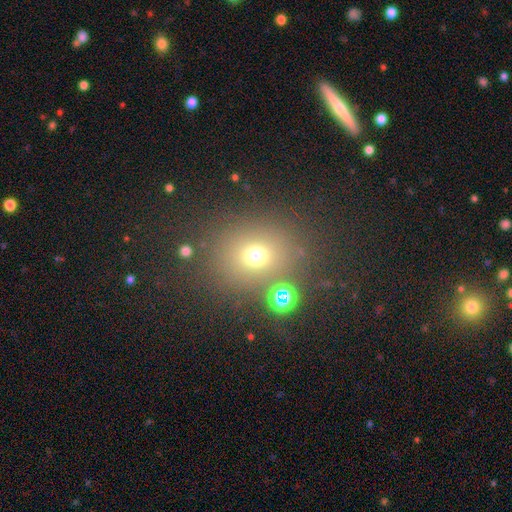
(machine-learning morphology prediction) smooth-or-featured: smooth: 66% | star or artifact: 23% | featured or disk: 11%
  how-rounded: round: 70% | in between: 29% | cigar-shaped: 1%
  merging: none: 78% | minor disturbance: 10% | merger: 6% | major disturbance: 6%